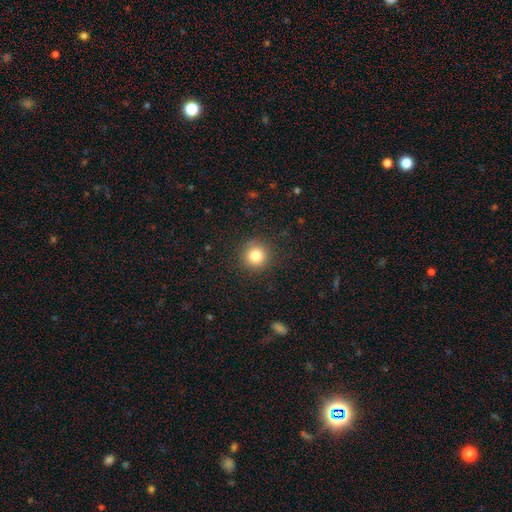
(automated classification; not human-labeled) smooth-or-featured: smooth: 83% | star or artifact: 11% | featured or disk: 6%
  how-rounded: round: 94% | in between: 5% | cigar-shaped: 1%
  merging: none: 90% | minor disturbance: 7% | major disturbance: 3% | merger: 1%